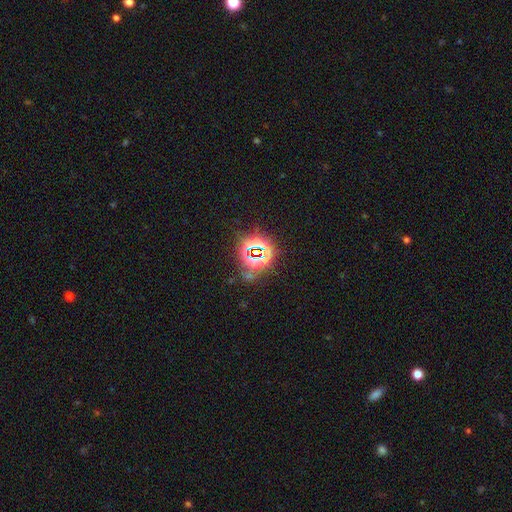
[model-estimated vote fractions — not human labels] Smooth or featured? Predicted: star or artifact (p=0.80).